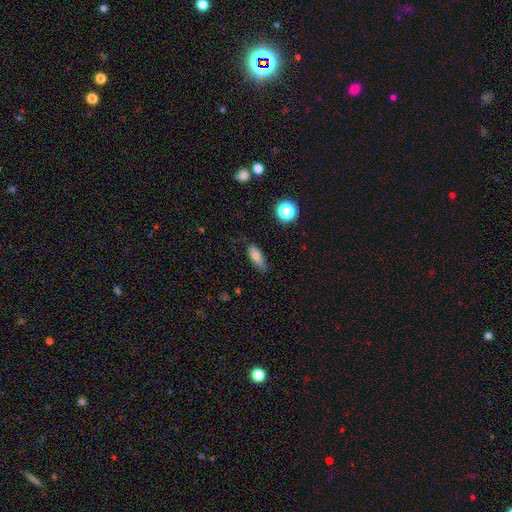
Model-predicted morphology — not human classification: A smooth galaxy with no disk features (75%) that is in between round and cigar-shaped (70%). Merging: none (68%).